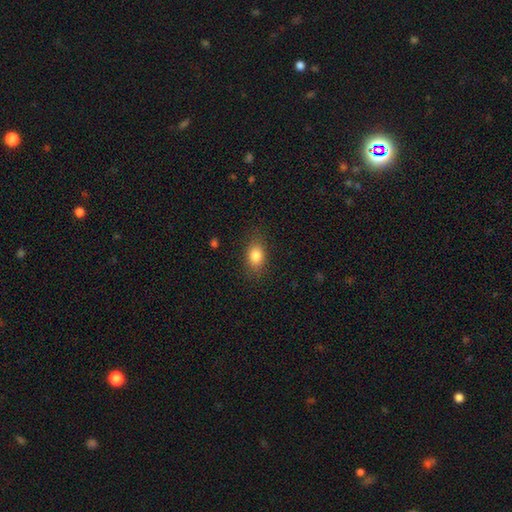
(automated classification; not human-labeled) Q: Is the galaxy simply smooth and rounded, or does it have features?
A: smooth — 83%.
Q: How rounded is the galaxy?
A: in between — 78%.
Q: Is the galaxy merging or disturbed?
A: none — 83%.